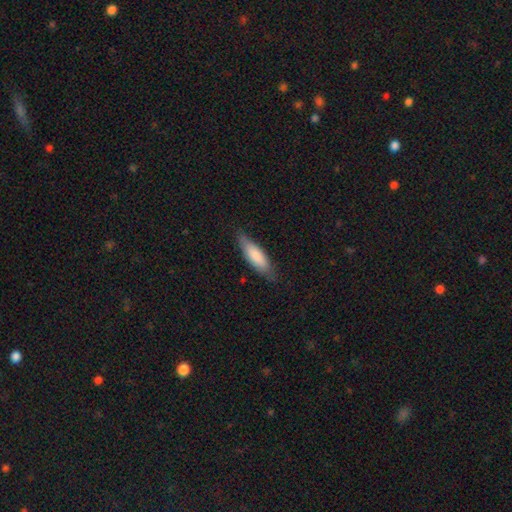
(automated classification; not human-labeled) This is clearly a smooth galaxy (80%). How rounded: possibly in between (51%). Merging: likely none (76%).